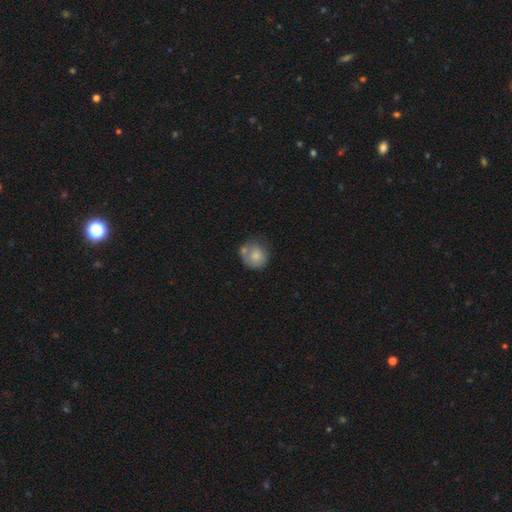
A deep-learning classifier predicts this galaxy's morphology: type=smooth (74%); roundness=round (86%); merging=none (50%).